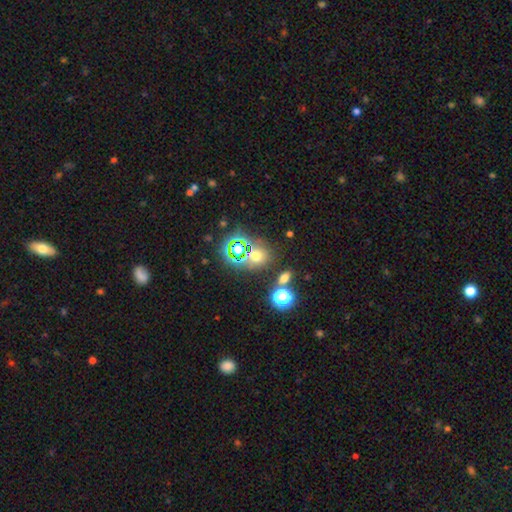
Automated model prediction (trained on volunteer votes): smooth 53%, star or artifact 37%, featured or disk 10%. Down the decision tree: how rounded — round (72%); merging — none (71%).